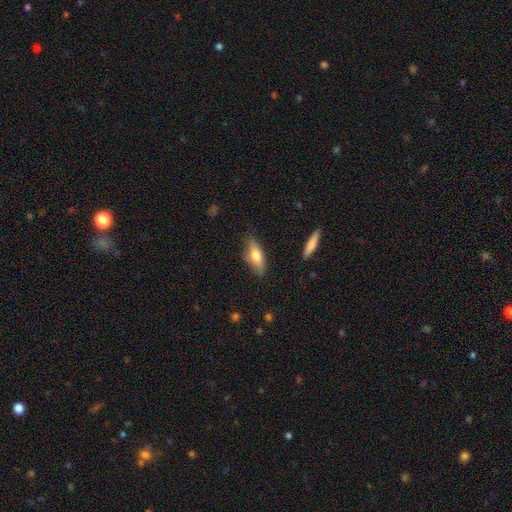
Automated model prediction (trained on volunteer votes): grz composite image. It shows a smooth galaxy with no disk features (63%) that is in between round and cigar-shaped (61%). Merging: none (78%).